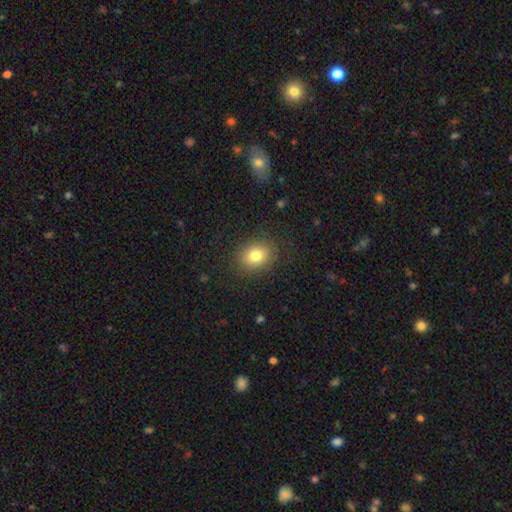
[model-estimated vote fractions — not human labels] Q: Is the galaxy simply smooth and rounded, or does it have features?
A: smooth — 80%.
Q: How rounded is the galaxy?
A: round — 52%.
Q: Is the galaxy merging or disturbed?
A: none — 87%.